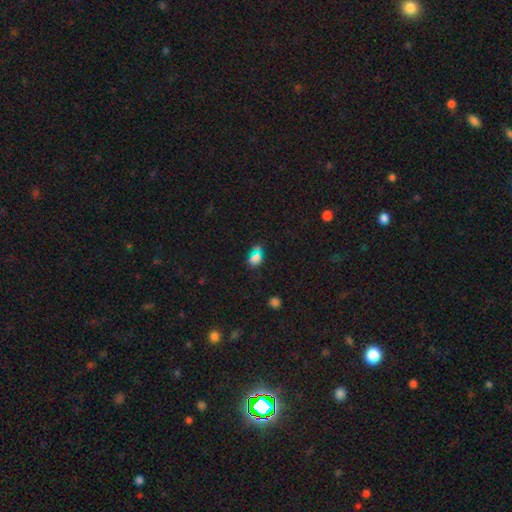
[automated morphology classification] smooth 59%, star or artifact 34%, featured or disk 7%. Down the decision tree: how rounded — in between (55%); merging — none (73%).